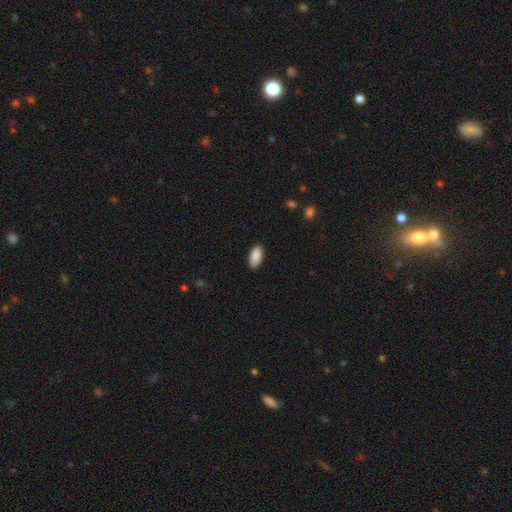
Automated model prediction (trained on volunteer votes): Smooth or featured?
  - smooth: 90% *
  - star or artifact: 6%
  - featured or disk: 4%
How rounded?
  - in between: 90% *
  - cigar-shaped: 8%
  - round: 2%
Merging?
  - none: 87% *
  - minor disturbance: 10%
  - major disturbance: 2%
  - merger: 1%